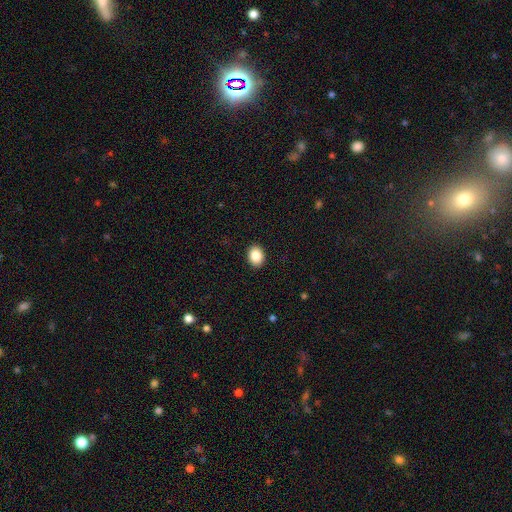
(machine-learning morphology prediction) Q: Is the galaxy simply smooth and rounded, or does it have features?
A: smooth — 87%.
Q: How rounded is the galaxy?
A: in between — 63%.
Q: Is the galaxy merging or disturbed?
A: none — 91%.